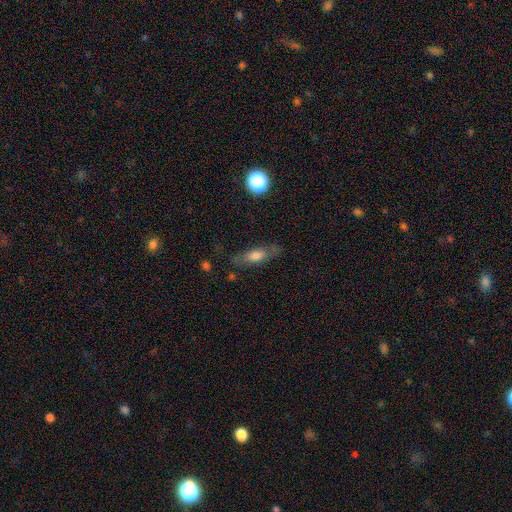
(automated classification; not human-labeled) This is possibly a smooth galaxy (55%). How rounded: possibly in between (50%). Merging: likely none (76%).